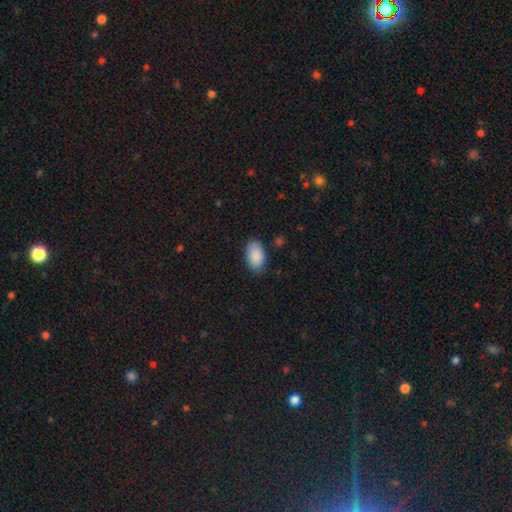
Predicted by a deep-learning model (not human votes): Morphology: type=smooth (90%); roundness=in between (94%); merging=none (83%).